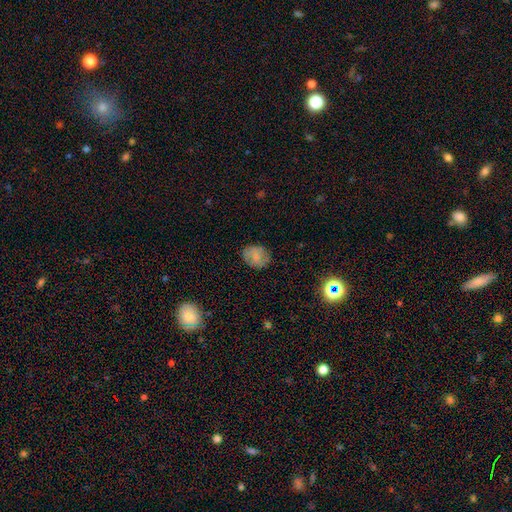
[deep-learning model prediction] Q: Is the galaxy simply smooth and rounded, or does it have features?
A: smooth — 69%.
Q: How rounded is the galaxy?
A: round — 60%.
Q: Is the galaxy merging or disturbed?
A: none — 80%.